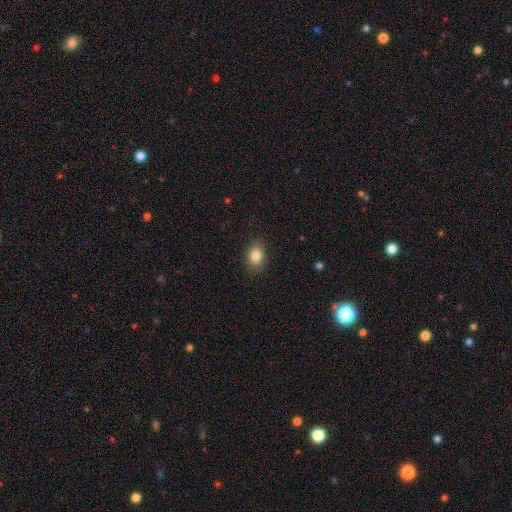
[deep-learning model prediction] Q: Smooth or featured?
A: smooth (83%); runner-up: star or artifact (9%)
Q: How rounded?
A: in between (69%); runner-up: round (30%)
Q: Merging?
A: none (87%); runner-up: minor disturbance (10%)